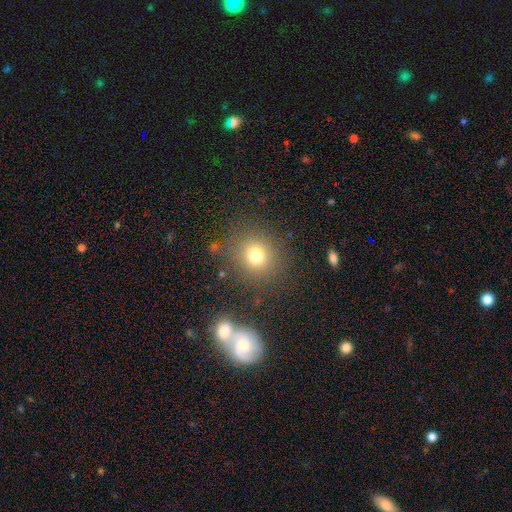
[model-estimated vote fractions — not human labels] This is likely a smooth galaxy (75%). How rounded: clearly round (86%). Merging: clearly none (84%).